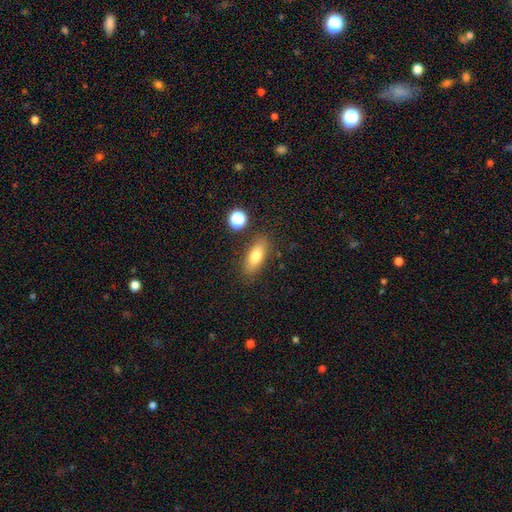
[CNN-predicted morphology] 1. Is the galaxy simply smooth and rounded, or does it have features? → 78% smooth, 14% featured or disk, 9% star or artifact.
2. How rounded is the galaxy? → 74% in between, 21% cigar-shaped, 5% round.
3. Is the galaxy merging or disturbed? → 83% none, 11% minor disturbance, 3% merger, 3% major disturbance.